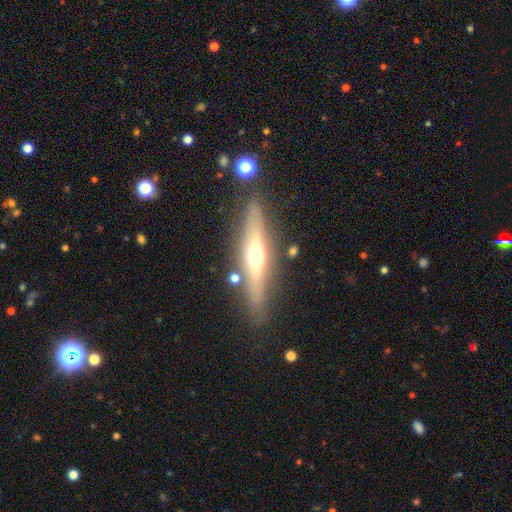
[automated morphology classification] type=featured or disk (65%); edge-on=yes (90%); edge-on bulge=rounded (87%); merging=none (82%).